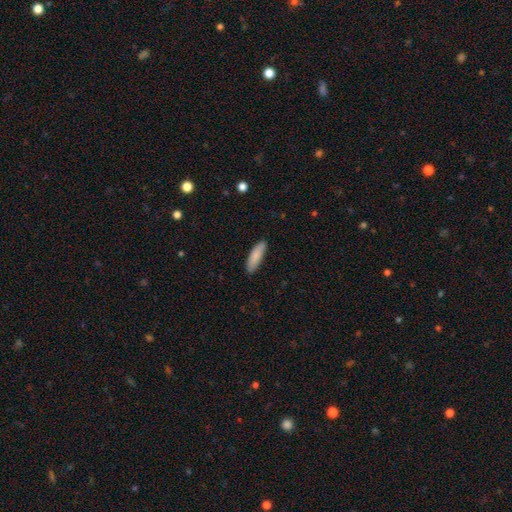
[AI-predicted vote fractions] Q: Smooth or featured?
A: smooth (86%); runner-up: featured or disk (8%)
Q: How rounded?
A: cigar-shaped (57%); runner-up: in between (42%)
Q: Merging?
A: none (87%); runner-up: minor disturbance (10%)